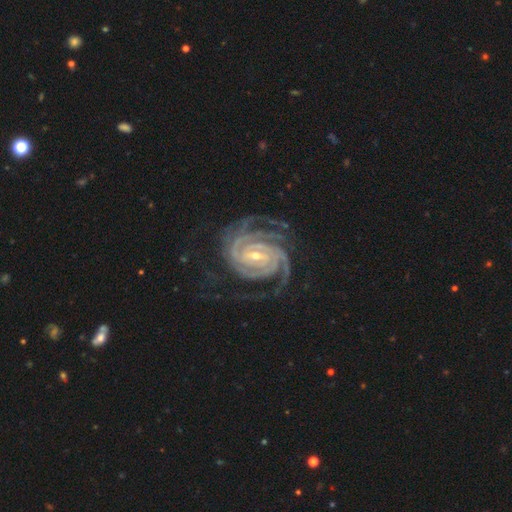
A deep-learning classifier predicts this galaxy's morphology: Smooth or featured?
  - featured or disk: 93% *
  - star or artifact: 4%
  - smooth: 2%
Edge-on disk?
  - no: 98% *
  - yes: 2%
Bar?
  - weak: 42% *
  - strong: 38%
  - no: 19%
Spiral arms?
  - yes: 99% *
  - no: 1%
Spiral winding?
  - tight: 80% *
  - medium: 17%
  - loose: 3%
Spiral arm count?
  - 4: 30% *
  - 3: 23%
  - 2: 17%
  - can't tell: 12%
  - more than 4: 10%
  - 1: 8%
Bulge size?
  - small: 64% *
  - moderate: 33%
  - large: 1%
  - none: 1%
  - dominant: 1%
Merging?
  - none: 72% *
  - minor disturbance: 16%
  - major disturbance: 10%
  - merger: 2%